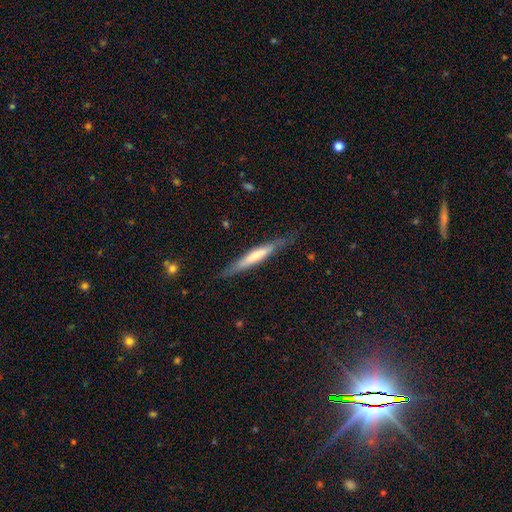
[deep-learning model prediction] Morphology: type=smooth (49%); merging=none (78%).